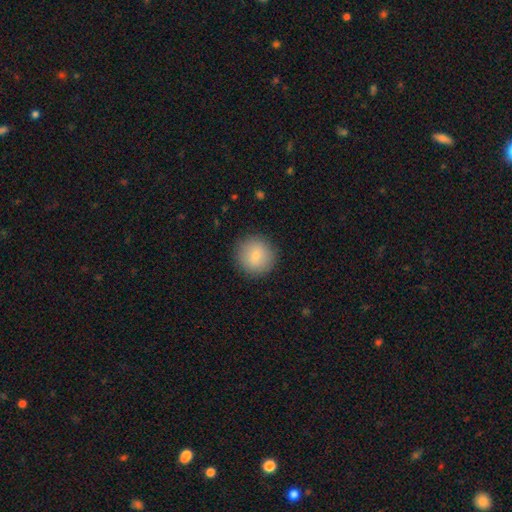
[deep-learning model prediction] Q: Smooth or featured?
A: smooth (80%); runner-up: featured or disk (12%)
Q: How rounded?
A: round (94%); runner-up: in between (5%)
Q: Merging?
A: none (89%); runner-up: minor disturbance (7%)